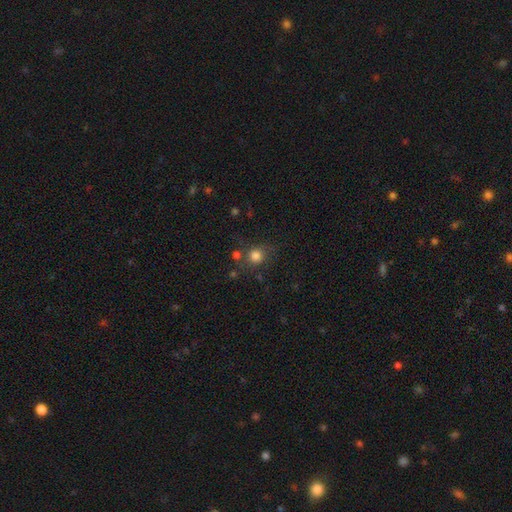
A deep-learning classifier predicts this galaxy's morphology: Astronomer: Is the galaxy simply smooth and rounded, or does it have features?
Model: smooth — 80%.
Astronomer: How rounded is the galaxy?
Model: round — 86%.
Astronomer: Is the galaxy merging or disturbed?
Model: none — 69%.